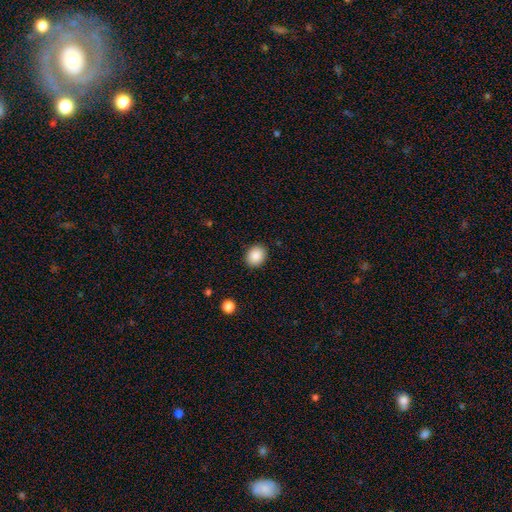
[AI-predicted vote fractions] Q: Smooth or featured?
A: smooth (88%); runner-up: star or artifact (8%)
Q: How rounded?
A: round (53%); runner-up: in between (46%)
Q: Merging?
A: none (89%); runner-up: minor disturbance (8%)